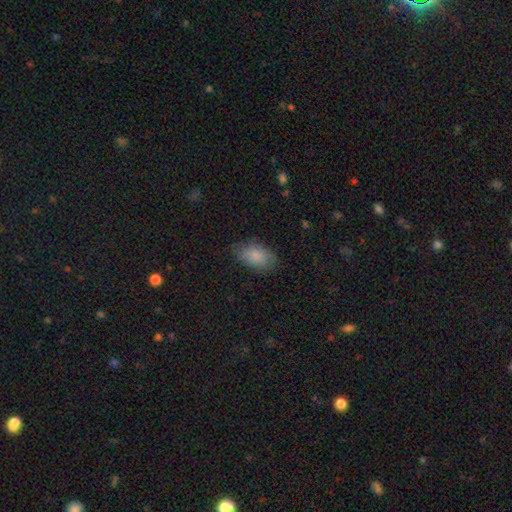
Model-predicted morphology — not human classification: Q: Smooth or featured?
A: smooth (87%); runner-up: star or artifact (7%)
Q: How rounded?
A: in between (92%); runner-up: round (6%)
Q: Merging?
A: none (81%); runner-up: minor disturbance (15%)